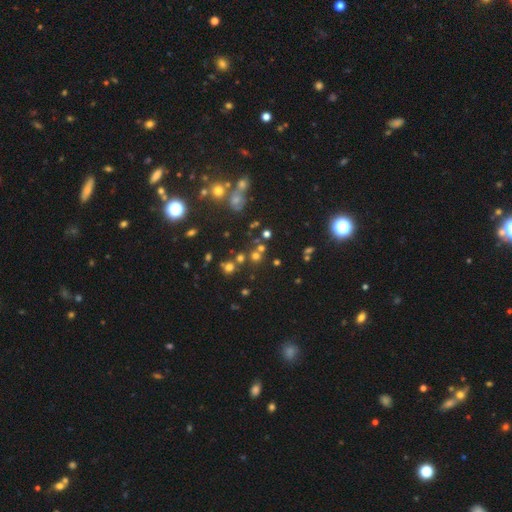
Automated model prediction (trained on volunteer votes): Overall: smooth (53%; star or artifact 36%). How rounded: round (88%). Merging: none (68%).